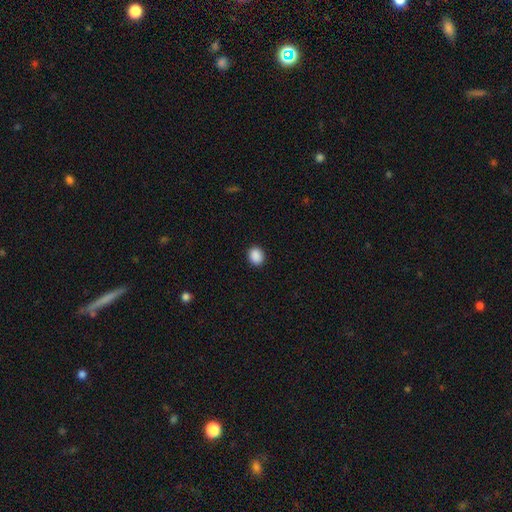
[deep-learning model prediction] Smooth or featured? Predicted: smooth (p=0.89). How rounded? Predicted: round (p=0.66). Merging? Predicted: none (p=0.91).